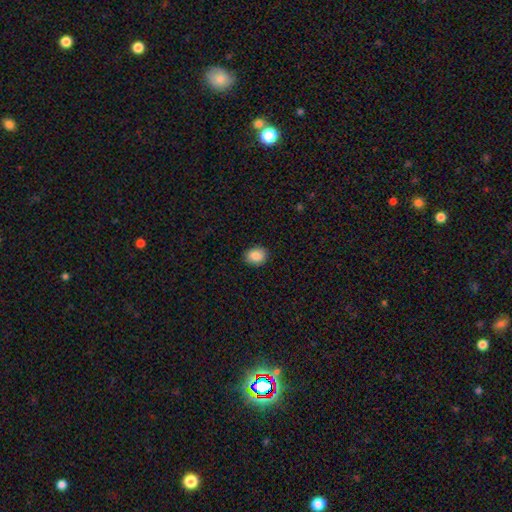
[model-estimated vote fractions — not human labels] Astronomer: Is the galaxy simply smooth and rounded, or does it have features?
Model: smooth — 87%.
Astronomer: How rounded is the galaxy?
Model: in between — 50% (runner-up: round, 49%).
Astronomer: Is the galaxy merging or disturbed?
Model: none — 90%.